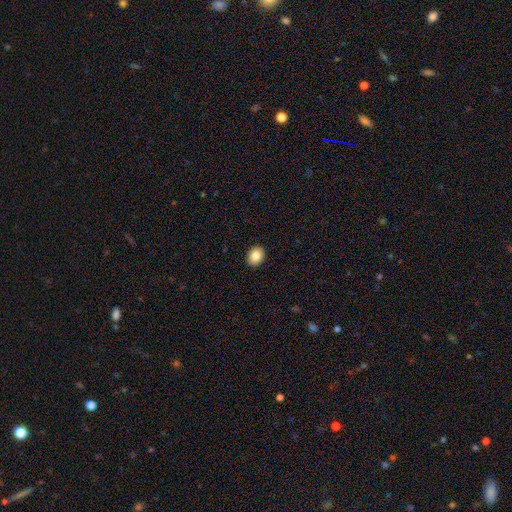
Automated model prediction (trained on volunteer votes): Smooth or featured? Predicted: smooth (p=0.85). How rounded? Predicted: in between (p=0.58). Merging? Predicted: none (p=0.91).